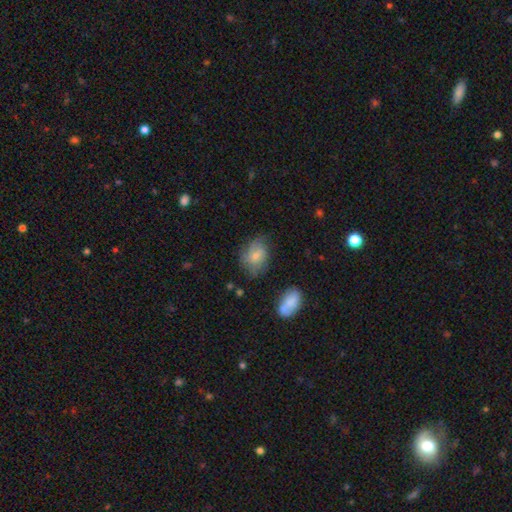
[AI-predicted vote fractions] Smooth or featured? Predicted: smooth (p=0.67). How rounded? Predicted: in between (p=0.69). Merging? Predicted: none (p=0.57).